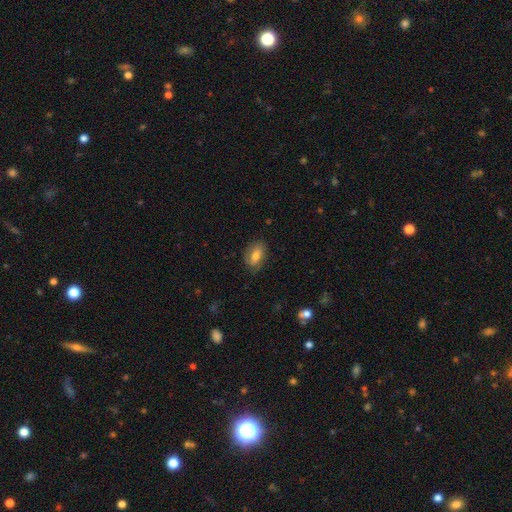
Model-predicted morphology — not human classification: Smooth or featured?
  - smooth: 62% *
  - featured or disk: 30%
  - star or artifact: 8%
How rounded?
  - in between: 86% *
  - round: 10%
  - cigar-shaped: 4%
Merging?
  - none: 74% *
  - minor disturbance: 20%
  - major disturbance: 6%
  - merger: 1%